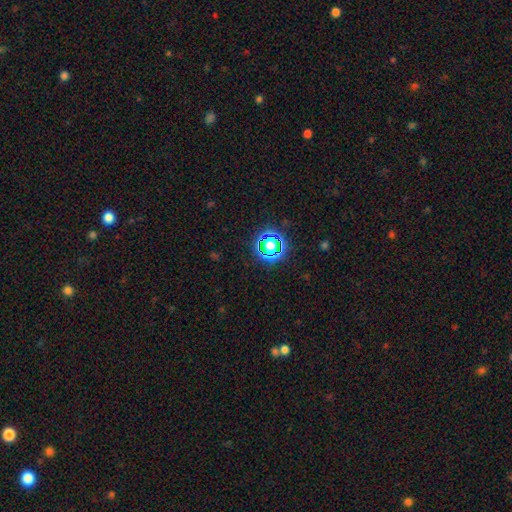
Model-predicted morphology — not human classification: star or artifact 76%, smooth 16%, featured or disk 7%.